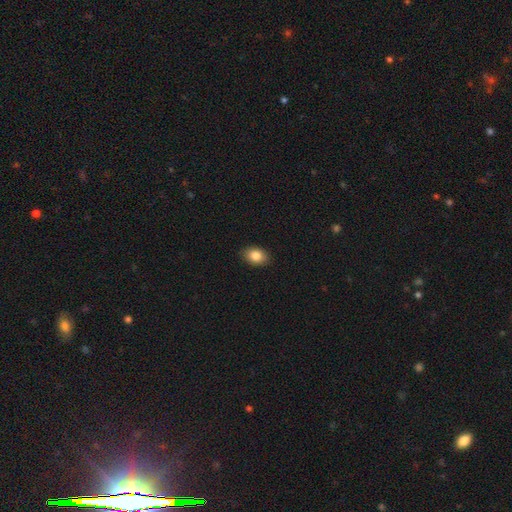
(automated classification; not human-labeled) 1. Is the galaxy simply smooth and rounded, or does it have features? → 85% smooth, 8% star or artifact, 7% featured or disk.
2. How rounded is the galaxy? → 82% in between, 16% round, 1% cigar-shaped.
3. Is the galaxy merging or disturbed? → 89% none, 8% minor disturbance, 2% major disturbance, 1% merger.